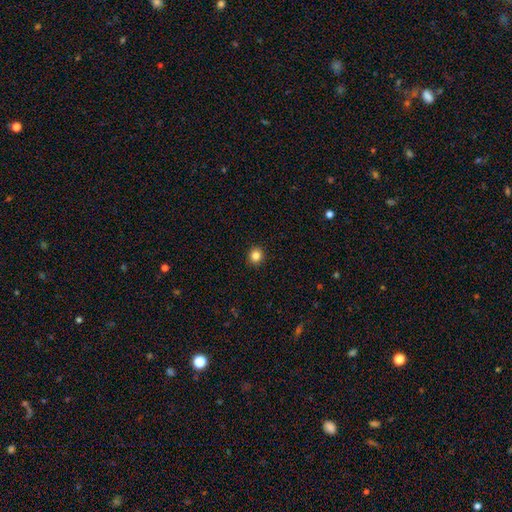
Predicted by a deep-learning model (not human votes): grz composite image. It shows a smooth galaxy with no disk features (84%) that is round (89%). Merging: none (93%).